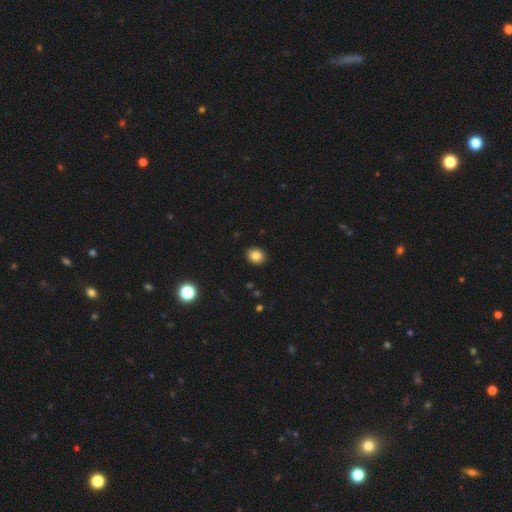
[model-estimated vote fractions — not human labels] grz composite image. It shows a smooth galaxy with no disk features (84%) that is round (56%). Merging: none (92%).